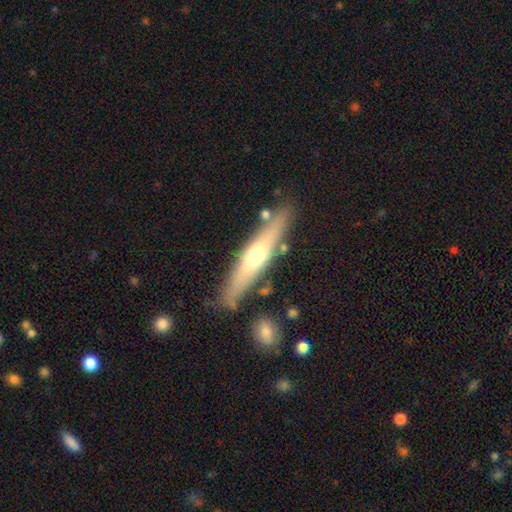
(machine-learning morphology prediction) smooth_or_featured: featured or disk (p=0.52) [alt: smooth p=0.42]
disk_edge_on: yes (p=0.87) [alt: no p=0.13]
merging: none (p=0.82) [alt: minor disturbance p=0.11]